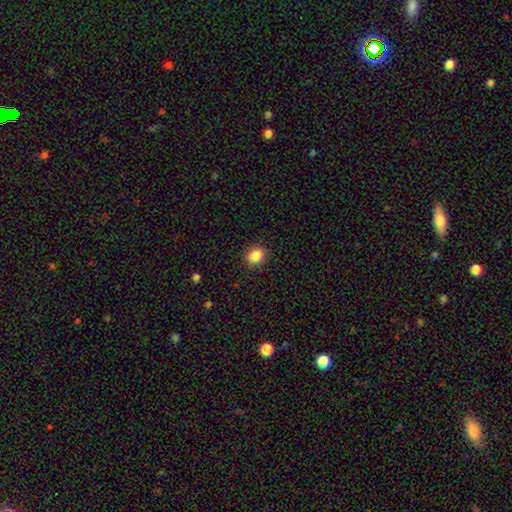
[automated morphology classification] This is clearly a smooth galaxy (87%). How rounded: likely round (76%). Merging: clearly none (91%).